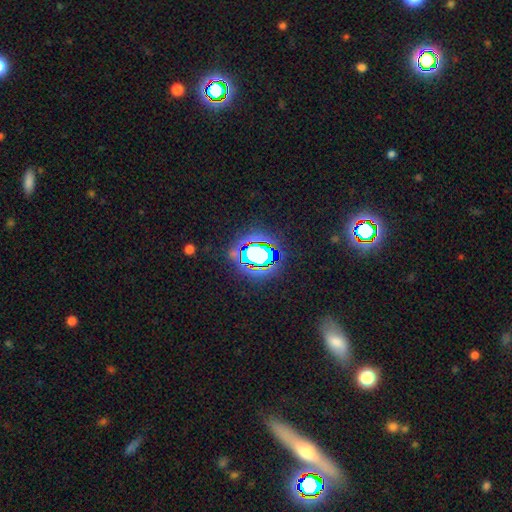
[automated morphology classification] This appears to be a star or artifact, not a galaxy (78%).